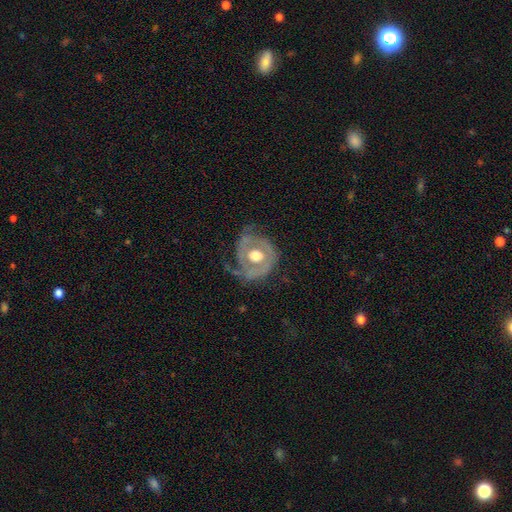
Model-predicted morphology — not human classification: This appears to be a featured or disk galaxy (70%) with no bar (83%), spiral arms (54%) and a moderate central bulge (66%). Merging: none (47%).